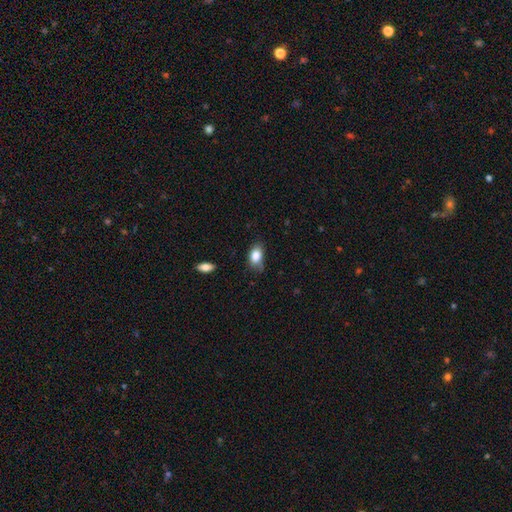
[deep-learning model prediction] Overall: smooth (84%). How rounded: in between (84%). Merging: none (57%; minor disturbance 33%).